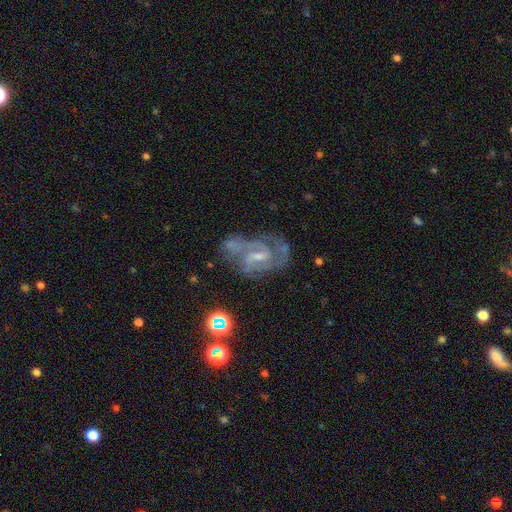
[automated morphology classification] Smooth or featured?
  - featured or disk: 84% *
  - star or artifact: 9%
  - smooth: 7%
Edge-on disk?
  - no: 97% *
  - yes: 3%
Bar?
  - weak: 55% *
  - strong: 24%
  - no: 22%
Spiral arms?
  - yes: 95% *
  - no: 5%
Spiral winding?
  - medium: 52% *
  - tight: 35%
  - loose: 13%
Spiral arm count?
  - 2: 66% *
  - 3: 14%
  - can't tell: 11%
  - 1: 3%
  - 4: 3%
  - more than 4: 3%
Bulge size?
  - small: 58% *
  - moderate: 29%
  - none: 10%
  - large: 2%
  - dominant: 1%
Merging?
  - none: 55% *
  - minor disturbance: 21%
  - major disturbance: 15%
  - merger: 10%